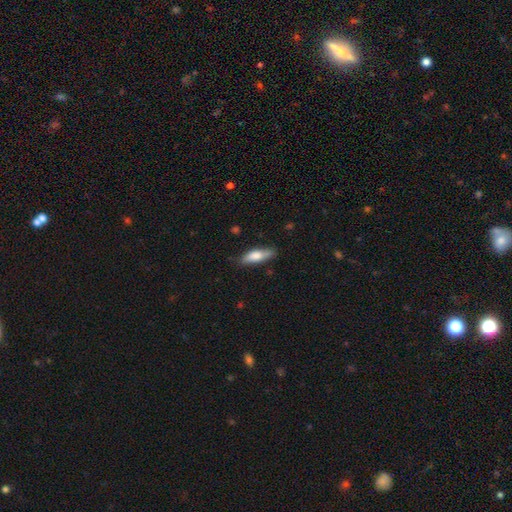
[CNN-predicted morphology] type=smooth (71%); roundness=cigar-shaped (51%); merging=none (79%).